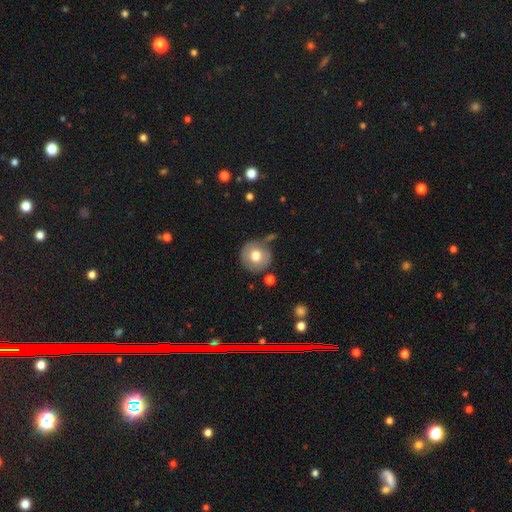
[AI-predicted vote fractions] smooth_or_featured: smooth (p=0.70) [alt: featured or disk p=0.22]
how_rounded: round (p=0.92) [alt: in between p=0.07]
merging: none (p=0.70) [alt: minor disturbance p=0.17]